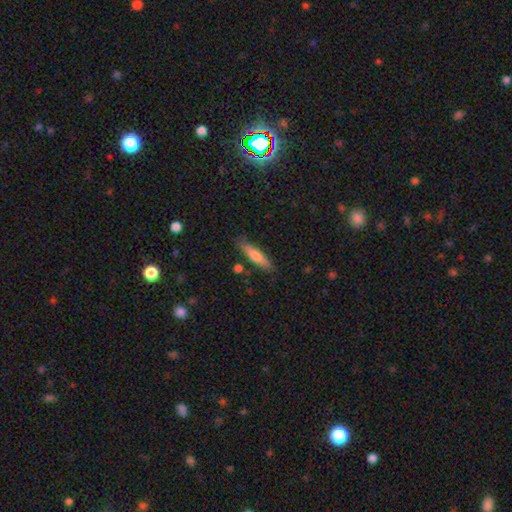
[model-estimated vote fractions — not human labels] smooth-or-featured: smooth: 66% | featured or disk: 27% | star or artifact: 6%
  how-rounded: cigar-shaped: 79% | in between: 19% | round: 2%
  merging: none: 83% | minor disturbance: 12% | merger: 3% | major disturbance: 2%